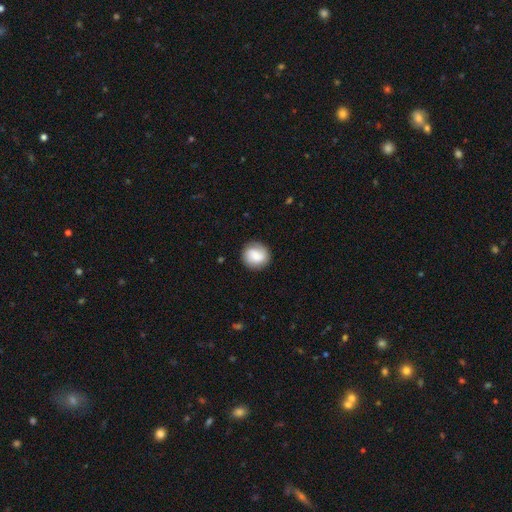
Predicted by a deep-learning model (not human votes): A smooth galaxy with no disk features (75%) that is round (88%).

Vote fractions:
- Smooth or featured? smooth: 75% / featured or disk: 18% / star or artifact: 7%
- How rounded? round: 88% / in between: 11% / cigar-shaped: 1%
- Merging? none: 84% / minor disturbance: 12% / major disturbance: 3% / merger: 1%